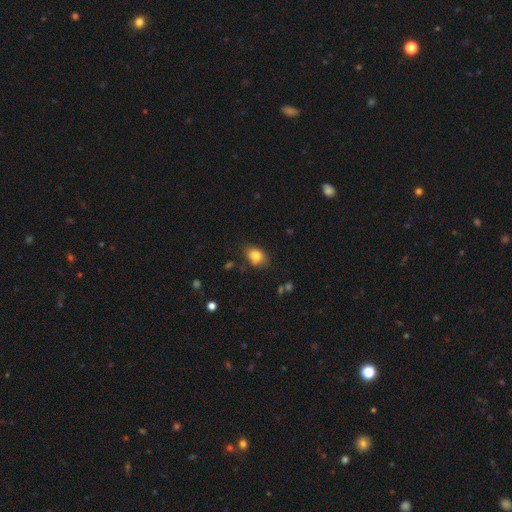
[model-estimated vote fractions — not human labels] A smooth galaxy with no disk features (83%) that is in between round and cigar-shaped (71%).

Vote fractions:
- Smooth or featured? smooth: 83% / star or artifact: 9% / featured or disk: 8%
- How rounded? in between: 71% / round: 27% / cigar-shaped: 1%
- Merging? none: 76% / minor disturbance: 18% / major disturbance: 4% / merger: 2%